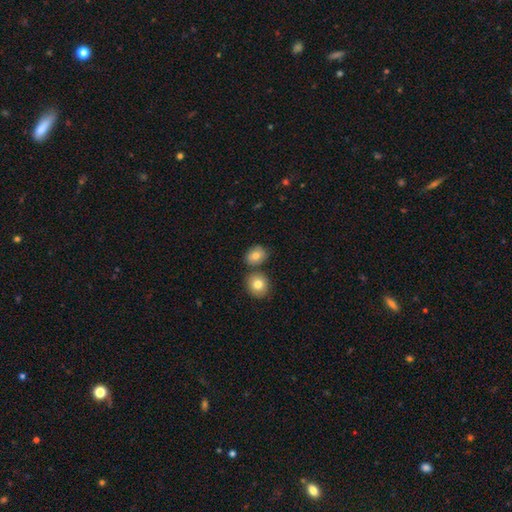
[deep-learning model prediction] A smooth galaxy with no disk features (79%) that is in between round and cigar-shaped (51%).

Vote fractions:
- Smooth or featured? smooth: 79% / featured or disk: 12% / star or artifact: 9%
- How rounded? in between: 51% / round: 48% / cigar-shaped: 1%
- Merging? none: 67% / merger: 17% / minor disturbance: 12% / major disturbance: 3%